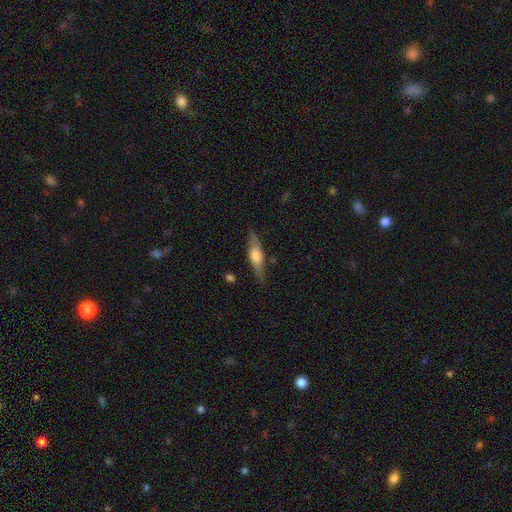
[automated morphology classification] Overall: featured or disk (53%; smooth 41%). Edge-on disk: yes (90%). Merging: none (83%).